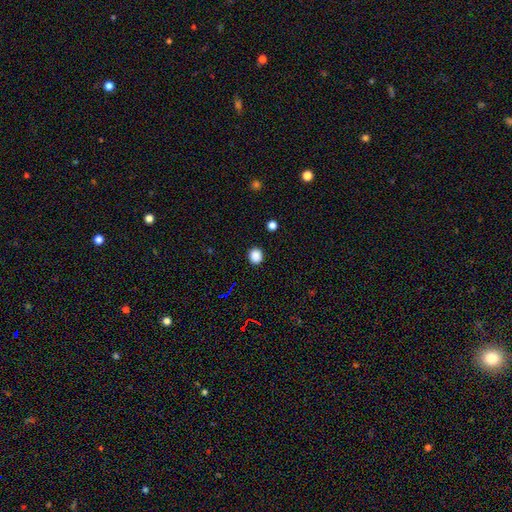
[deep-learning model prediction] Smooth or featured? smooth (86%)
How rounded? round (81%)
Merging? none (91%)